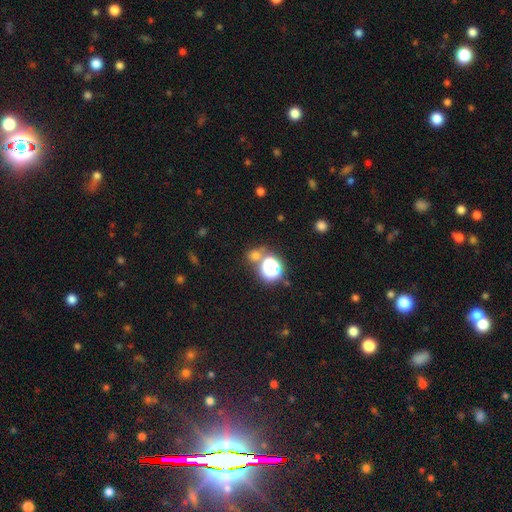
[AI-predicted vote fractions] Smooth or featured: smooth — 58% (star or artifact — 34%)
How rounded: round — 75% (in between — 23%)
Merging: none — 64% (merger — 22%)